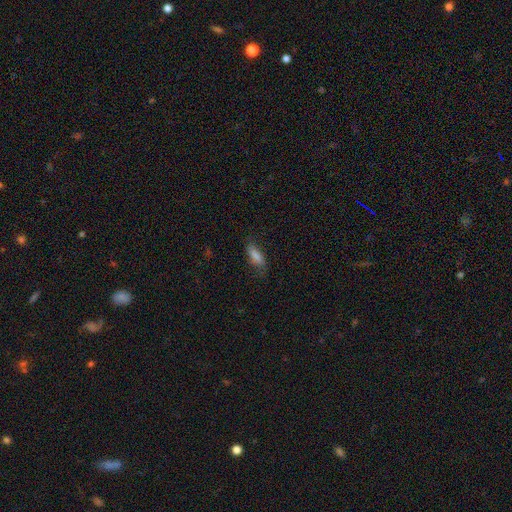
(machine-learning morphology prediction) This is likely a smooth galaxy (80%). How rounded: likely in between (67%). Merging: likely none (68%).